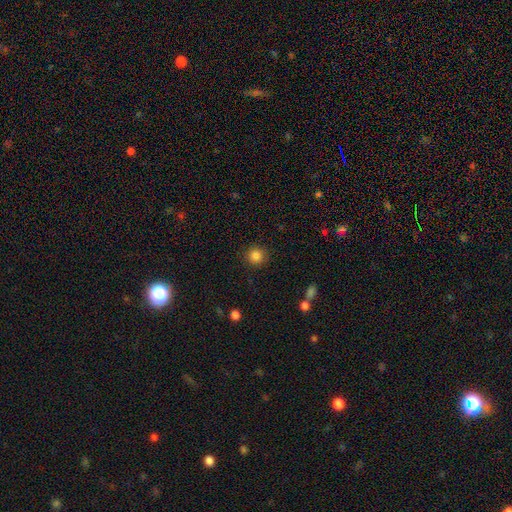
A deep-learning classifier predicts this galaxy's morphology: Smooth or featured: smooth — 84% (star or artifact — 11%)
How rounded: round — 94% (in between — 5%)
Merging: none — 91% (minor disturbance — 6%)